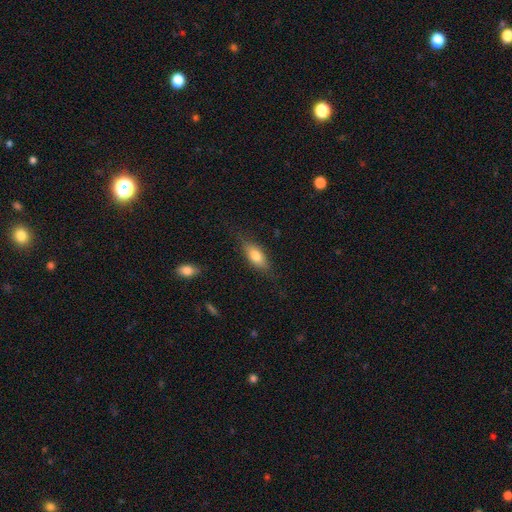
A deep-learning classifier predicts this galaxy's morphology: Smooth or featured?
  - smooth: 73% *
  - featured or disk: 20%
  - star or artifact: 7%
How rounded?
  - in between: 76% *
  - cigar-shaped: 20%
  - round: 4%
Merging?
  - none: 77% *
  - minor disturbance: 16%
  - major disturbance: 5%
  - merger: 1%